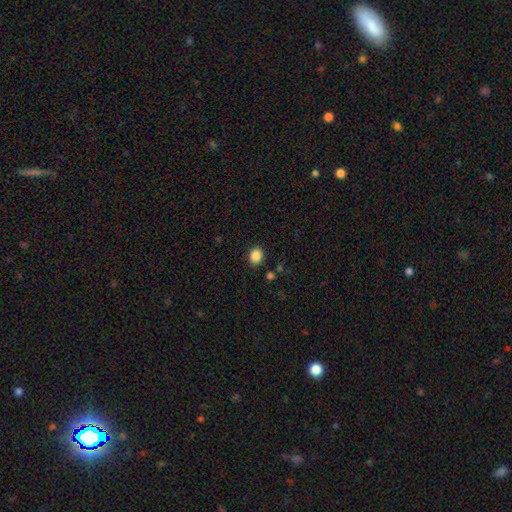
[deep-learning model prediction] The model was most divided on "how rounded": round: 67%, in between: 32%, cigar-shaped: 1%. More confident: merging — none (87%); smooth or featured — smooth (87%).